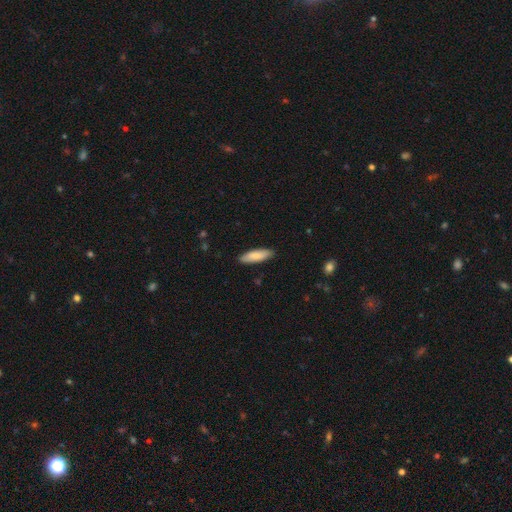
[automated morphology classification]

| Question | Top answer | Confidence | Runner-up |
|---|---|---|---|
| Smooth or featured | smooth | 85% | featured or disk (9%) |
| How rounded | cigar-shaped | 53% | in between (46%) |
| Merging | none | 88% | minor disturbance (9%) |